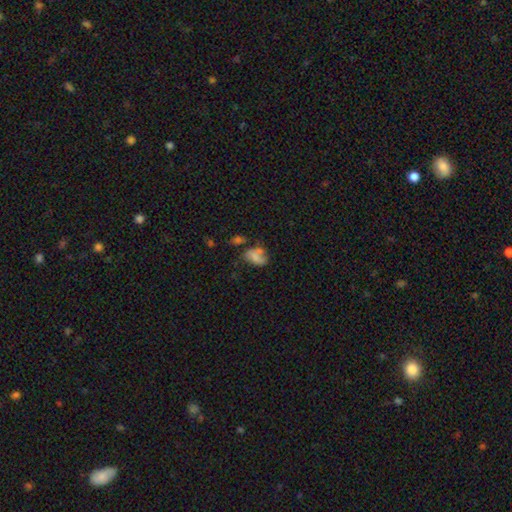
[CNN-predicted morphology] Smooth or featured?
  - smooth: 69% *
  - featured or disk: 19%
  - star or artifact: 12%
How rounded?
  - in between: 82% *
  - round: 16%
  - cigar-shaped: 2%
Merging?
  - none: 35% *
  - minor disturbance: 28%
  - major disturbance: 18%
  - merger: 18%